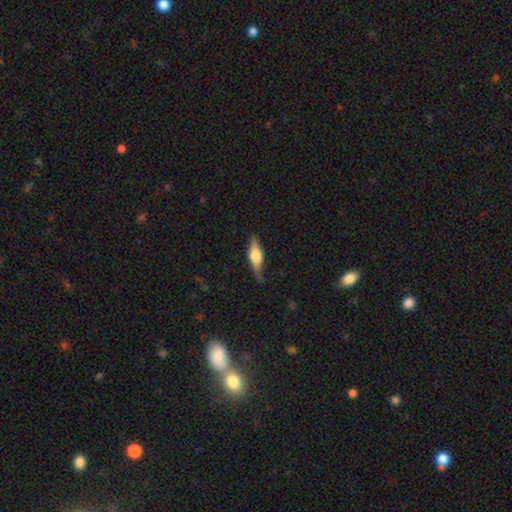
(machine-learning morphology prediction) type=featured or disk (53%); edge-on=yes (93%); merging=none (73%).